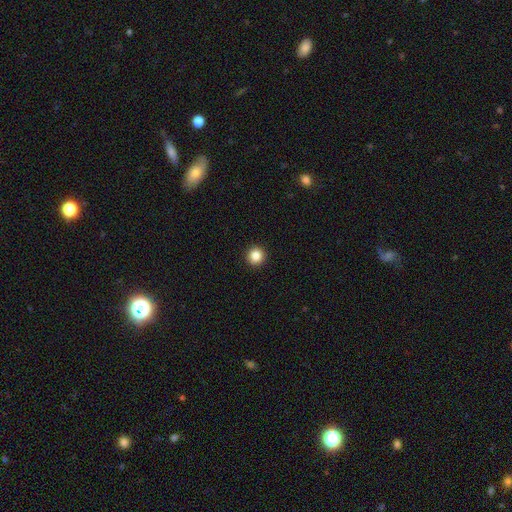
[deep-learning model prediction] This is clearly a smooth galaxy (86%). How rounded: clearly round (96%). Merging: clearly none (94%).